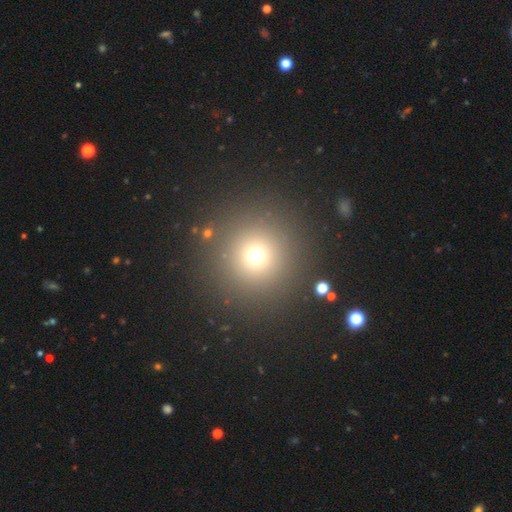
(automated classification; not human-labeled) Morphology: type=smooth (69%); roundness=round (96%); merging=none (89%).